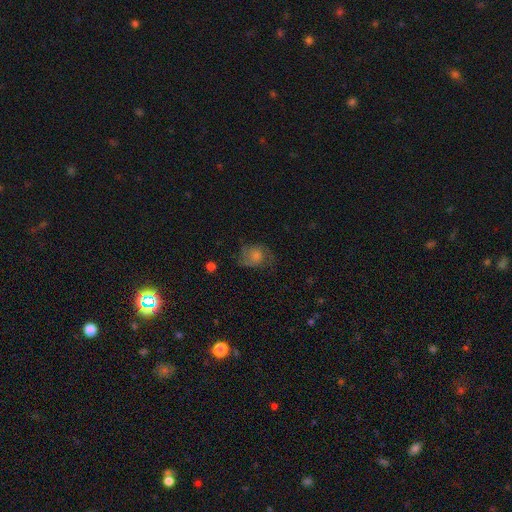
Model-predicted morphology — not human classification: type=smooth (44%); merging=none (55%).